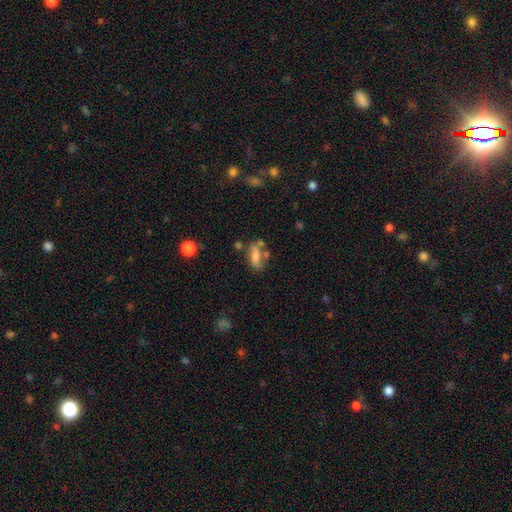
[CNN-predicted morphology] type=smooth (62%); roundness=in between (72%); merging=none (49%).